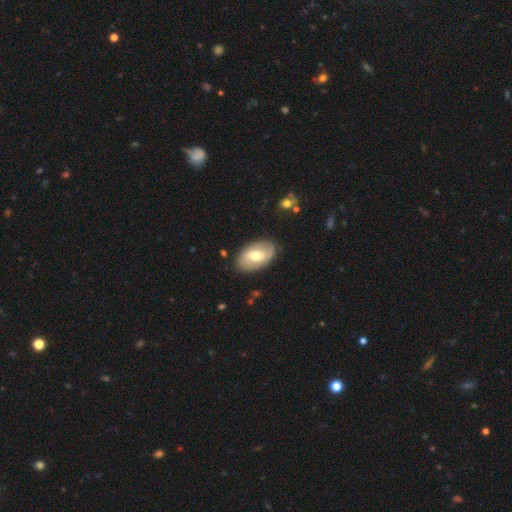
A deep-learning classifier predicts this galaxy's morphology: Smooth or featured: featured or disk — 48% (smooth — 46%)
Merging: none — 82% (minor disturbance — 13%)